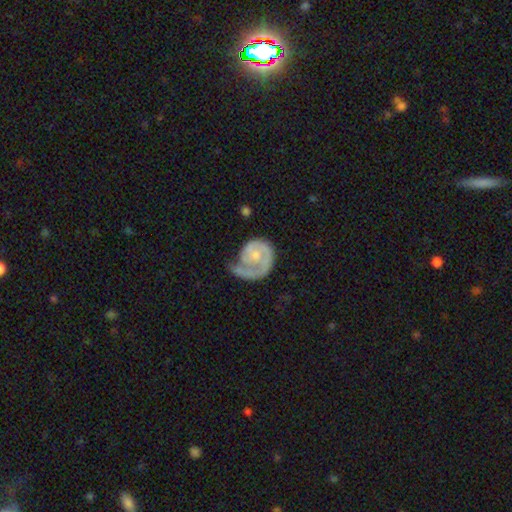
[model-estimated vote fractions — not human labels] Q: Smooth or featured?
A: featured or disk (74%); runner-up: smooth (22%)
Q: Edge-on disk?
A: no (98%); runner-up: yes (2%)
Q: Bar?
A: no (77%); runner-up: weak (19%)
Q: Spiral arms?
A: yes (88%); runner-up: no (12%)
Q: Spiral winding?
A: tight (54%); runner-up: medium (27%)
Q: Spiral arm count?
A: 1 (80%); runner-up: 2 (9%)
Q: Bulge size?
A: small (53%); runner-up: moderate (34%)
Q: Merging?
A: none (41%); runner-up: major disturbance (32%)